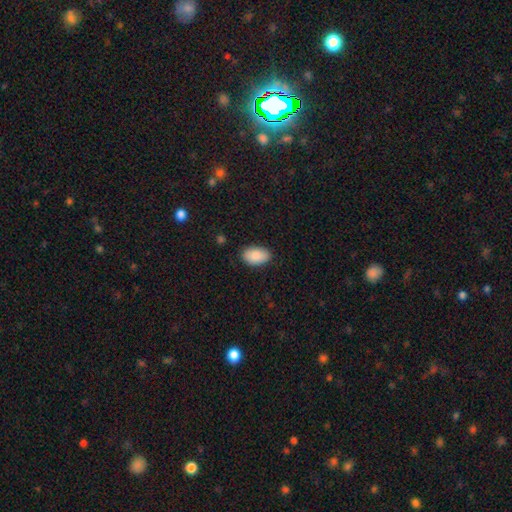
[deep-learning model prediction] A smooth galaxy with no disk features (89%) that is in between round and cigar-shaped (93%). Merging: none (84%).